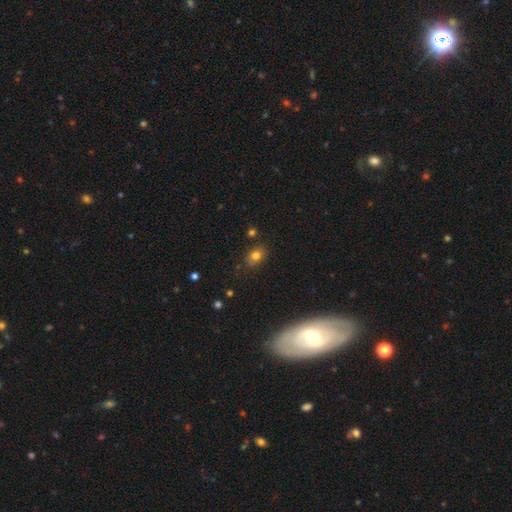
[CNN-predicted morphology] A smooth galaxy with no disk features (76%) that is in between round and cigar-shaped (66%).

Vote fractions:
- Smooth or featured? smooth: 76% / star or artifact: 14% / featured or disk: 11%
- How rounded? in between: 66% / round: 33% / cigar-shaped: 1%
- Merging? none: 80% / minor disturbance: 14% / merger: 3% / major disturbance: 3%